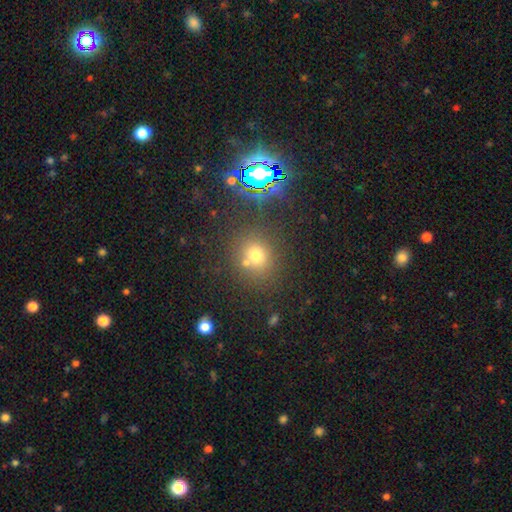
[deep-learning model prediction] smooth_or_featured: smooth (p=0.67) [alt: star or artifact p=0.23]
how_rounded: round (p=0.81) [alt: in between p=0.18]
merging: none (p=0.73) [alt: merger p=0.13]